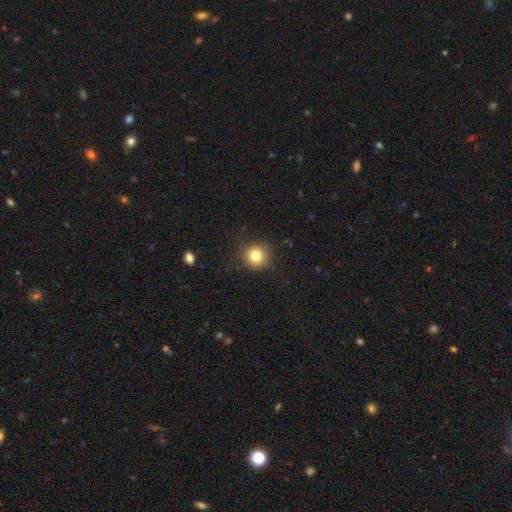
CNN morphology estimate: Smooth or featured? Predicted: smooth (p=0.81). How rounded? Predicted: round (p=0.93). Merging? Predicted: none (p=0.89).